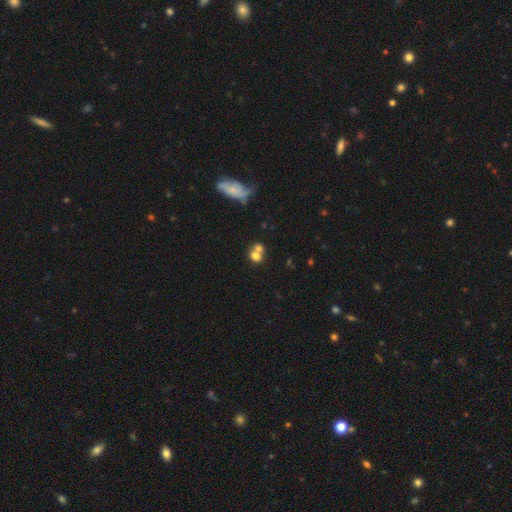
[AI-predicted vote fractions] Smooth or featured: smooth — 71% (featured or disk — 17%)
How rounded: round — 66% (in between — 33%)
Merging: merger — 59% (none — 30%)